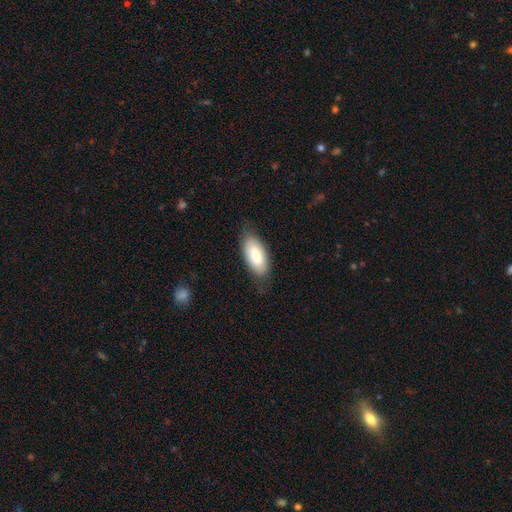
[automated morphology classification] Smooth or featured? smooth (79%)
How rounded? in between (90%)
Merging? none (73%)